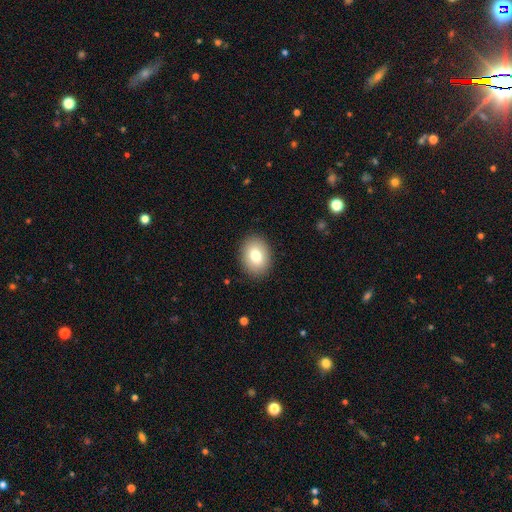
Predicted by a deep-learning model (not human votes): Overall: smooth (78%). How rounded: in between (62%; round 37%). Merging: none (89%).